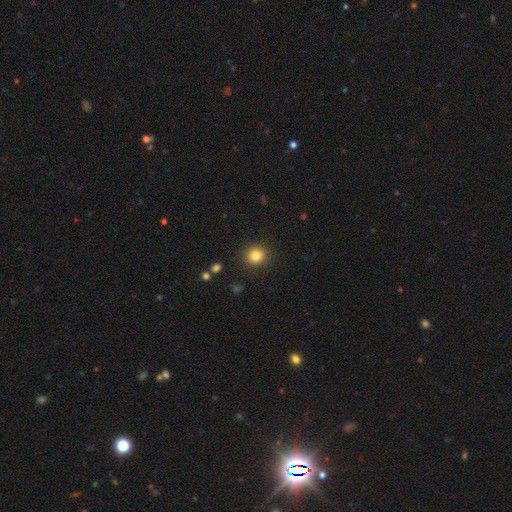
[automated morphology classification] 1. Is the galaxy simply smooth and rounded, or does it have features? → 83% smooth, 11% star or artifact, 6% featured or disk.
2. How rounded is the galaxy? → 89% round, 10% in between, 1% cigar-shaped.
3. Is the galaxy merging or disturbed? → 90% none, 6% minor disturbance, 2% major disturbance, 1% merger.